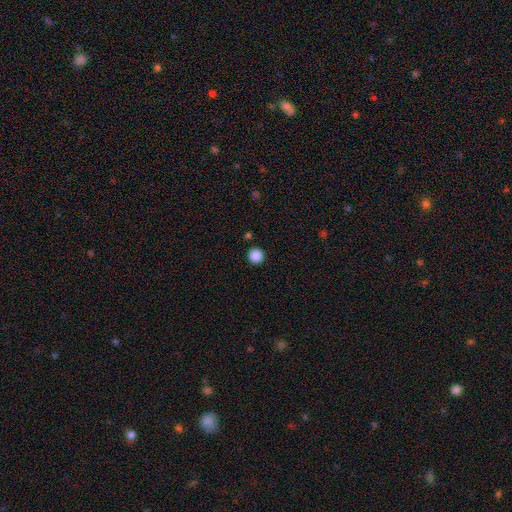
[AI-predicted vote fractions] Smooth or featured?
  - smooth: 87% *
  - star or artifact: 10%
  - featured or disk: 2%
How rounded?
  - round: 95% *
  - in between: 4%
  - cigar-shaped: 1%
Merging?
  - none: 91% *
  - minor disturbance: 5%
  - merger: 2%
  - major disturbance: 2%